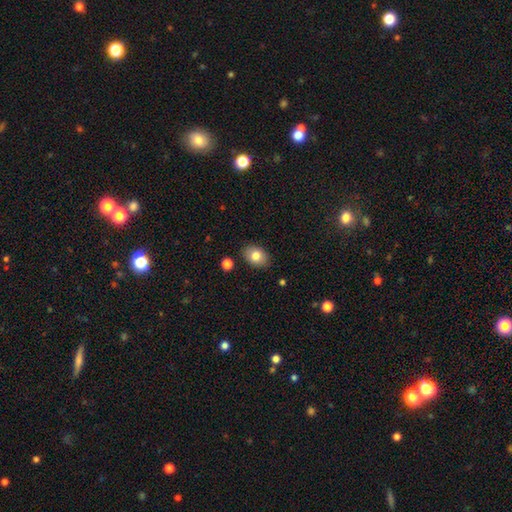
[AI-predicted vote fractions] This appears to be a smooth galaxy with no disk features (81%) that is in between round and cigar-shaped (78%). Merging: none (86%).